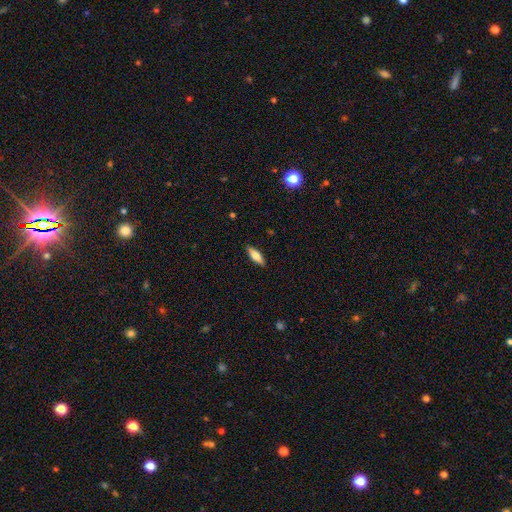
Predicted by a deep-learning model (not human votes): smooth-or-featured: smooth: 67% | featured or disk: 27% | star or artifact: 6%
  how-rounded: in between: 55% | cigar-shaped: 43% | round: 2%
  merging: none: 89% | minor disturbance: 9% | major disturbance: 2% | merger: 1%